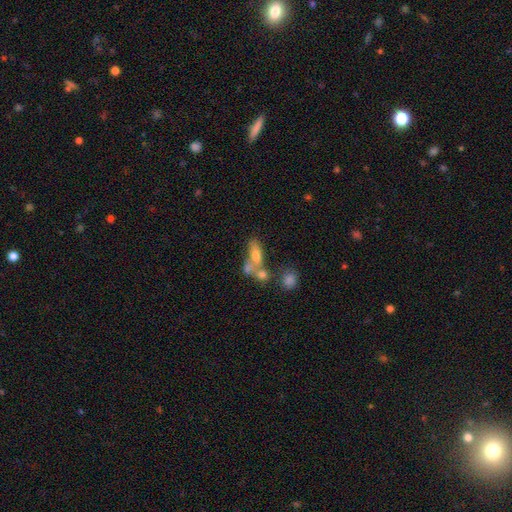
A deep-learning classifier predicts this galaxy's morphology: smooth_or_featured: smooth (p=0.61) [alt: featured or disk p=0.27]
how_rounded: in between (p=0.67) [alt: cigar-shaped p=0.22]
merging: merger (p=0.47) [alt: none p=0.30]